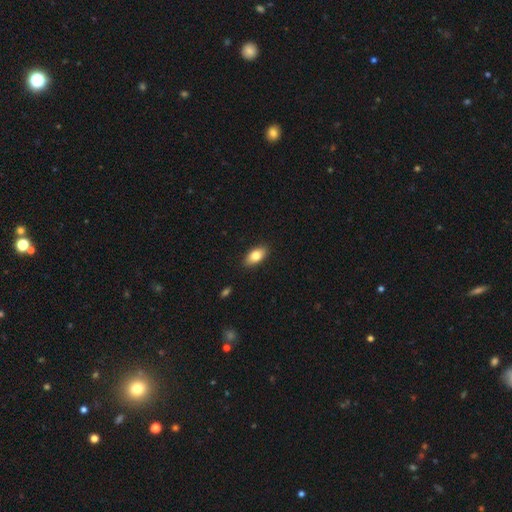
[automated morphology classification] Smooth or featured: smooth — 81% (featured or disk — 12%)
How rounded: in between — 90% (cigar-shaped — 5%)
Merging: none — 88% (minor disturbance — 9%)